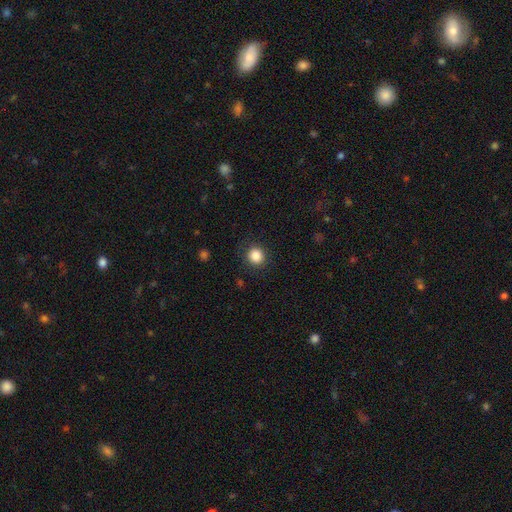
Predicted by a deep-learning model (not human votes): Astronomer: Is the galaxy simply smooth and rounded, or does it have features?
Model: smooth — 86%.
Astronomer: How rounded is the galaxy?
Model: round — 91%.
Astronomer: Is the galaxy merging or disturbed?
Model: none — 89%.